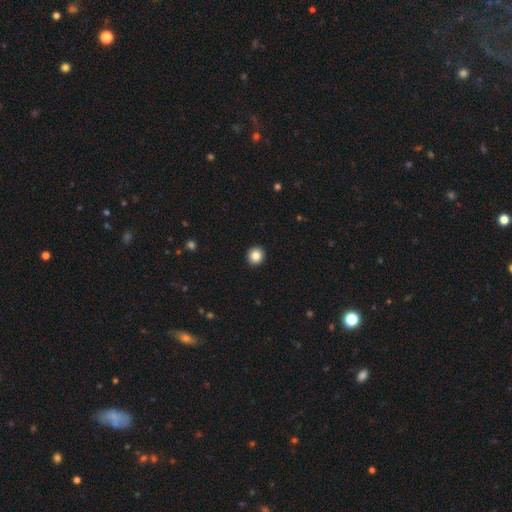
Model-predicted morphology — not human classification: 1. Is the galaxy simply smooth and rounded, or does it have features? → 86% smooth, 9% star or artifact, 5% featured or disk.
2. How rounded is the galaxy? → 91% round, 8% in between, 1% cigar-shaped.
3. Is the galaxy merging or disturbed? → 94% none, 4% minor disturbance, 1% major disturbance, 1% merger.